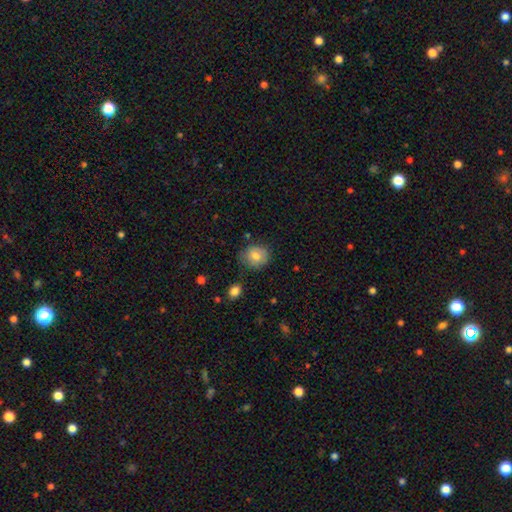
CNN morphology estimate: The model was most divided on "how rounded": round: 70%, in between: 29%, cigar-shaped: 1%. More confident: smooth or featured — smooth (79%); merging — none (74%).